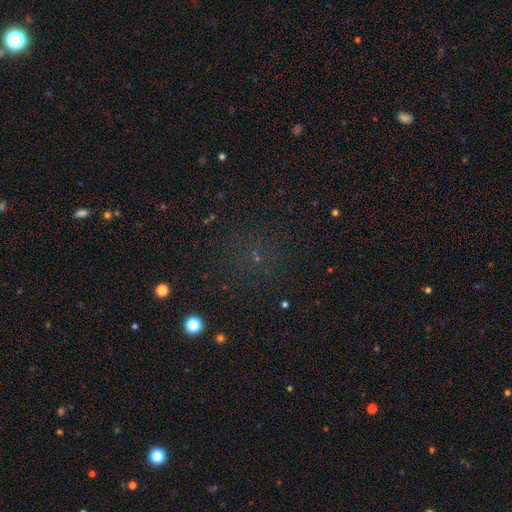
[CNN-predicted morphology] Smooth or featured? star or artifact (50%)